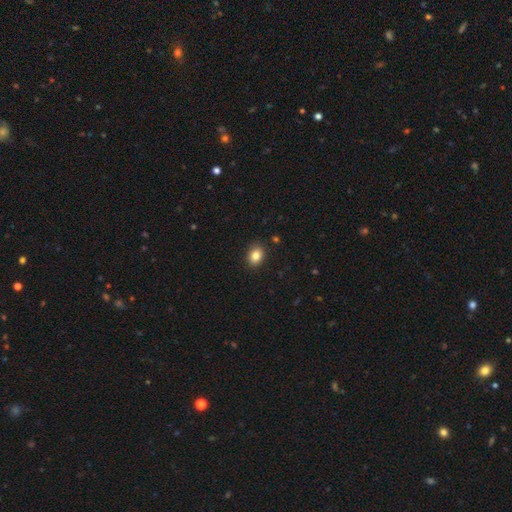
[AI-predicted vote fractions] Q: Smooth or featured?
A: smooth (85%); runner-up: star or artifact (9%)
Q: How rounded?
A: in between (65%); runner-up: round (34%)
Q: Merging?
A: none (88%); runner-up: minor disturbance (9%)